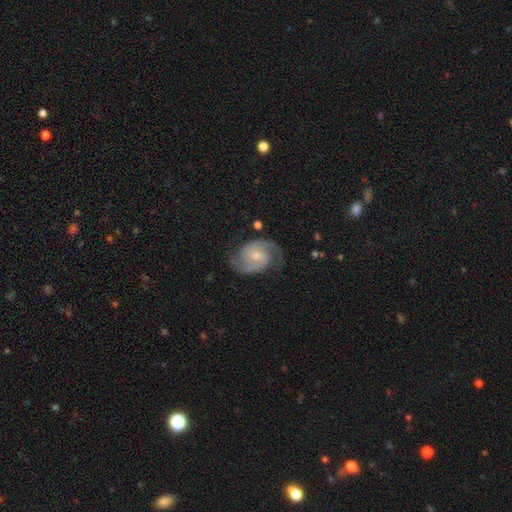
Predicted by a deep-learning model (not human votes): Smooth or featured: featured or disk — 87% (smooth — 8%)
Edge-on disk: no — 98% (yes — 2%)
Bar: no — 50% (weak — 42%)
Spiral arms: yes — 97% (no — 3%)
Spiral winding: medium — 53% (tight — 32%)
Spiral arm count: 2 — 92% (can't tell — 3%)
Bulge size: small — 56% (moderate — 36%)
Merging: none — 79% (minor disturbance — 14%)